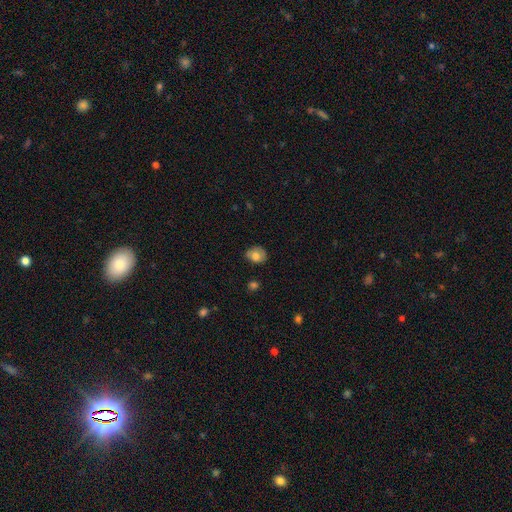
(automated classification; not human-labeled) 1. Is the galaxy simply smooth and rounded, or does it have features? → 76% smooth, 15% featured or disk, 9% star or artifact.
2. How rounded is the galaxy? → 54% round, 45% in between, 1% cigar-shaped.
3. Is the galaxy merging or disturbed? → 65% none, 27% minor disturbance, 5% major disturbance, 2% merger.